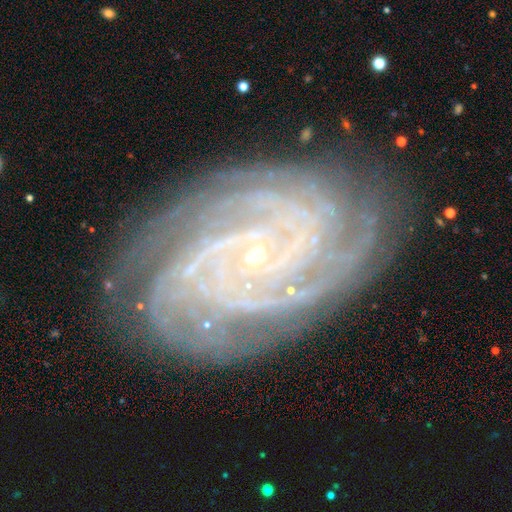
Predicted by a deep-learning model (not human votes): smooth-or-featured: featured or disk: 90% | star or artifact: 6% | smooth: 4%
  disk-edge-on: no: 97% | yes: 3%
    bar: no: 63% | weak: 25% | strong: 13%
    has-spiral-arms: yes: 99% | no: 1%
      spiral-winding: tight: 83% | medium: 15% | loose: 2%
      spiral-arm-count: 4: 26% | more than 4: 23% | can't tell: 16% | 3: 14% | 2: 12% | 1: 9%
    bulge-size: small: 90% | moderate: 6% | none: 2% | large: 1% | dominant: 1%
  merging: none: 83% | minor disturbance: 13% | major disturbance: 3% | merger: 1%